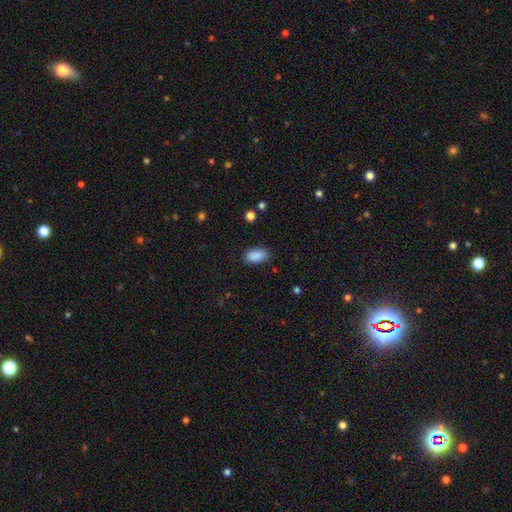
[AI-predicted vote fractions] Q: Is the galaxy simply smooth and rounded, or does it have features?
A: smooth — 89%.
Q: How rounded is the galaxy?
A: in between — 93%.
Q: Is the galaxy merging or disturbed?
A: none — 84%.